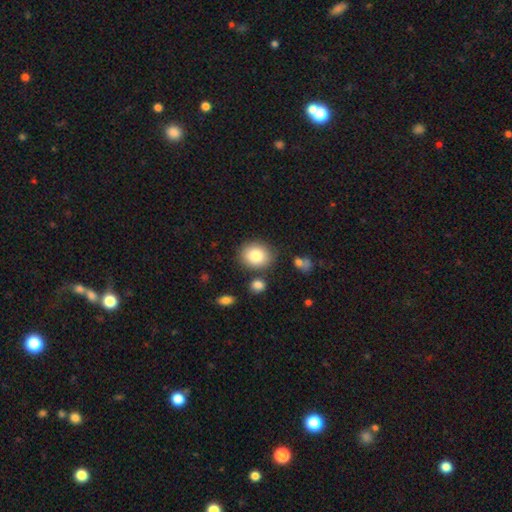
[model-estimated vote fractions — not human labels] Q: Smooth or featured?
A: smooth (83%); runner-up: featured or disk (9%)
Q: How rounded?
A: round (66%); runner-up: in between (33%)
Q: Merging?
A: none (79%); runner-up: minor disturbance (11%)